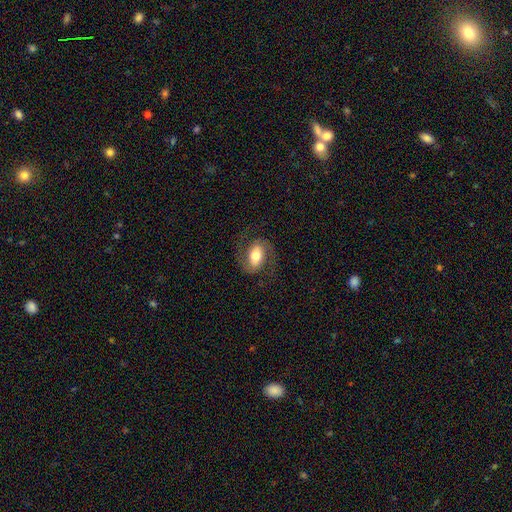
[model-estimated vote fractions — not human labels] Q: Smooth or featured?
A: featured or disk (71%); runner-up: smooth (22%)
Q: Edge-on disk?
A: no (97%); runner-up: yes (3%)
Q: Bar?
A: weak (36%); runner-up: no (33%)
Q: Spiral arms?
A: yes (92%); runner-up: no (8%)
Q: Spiral winding?
A: medium (54%); runner-up: loose (26%)
Q: Spiral arm count?
A: 2 (91%); runner-up: can't tell (3%)
Q: Bulge size?
A: moderate (63%); runner-up: large (22%)
Q: Merging?
A: none (75%); runner-up: minor disturbance (13%)